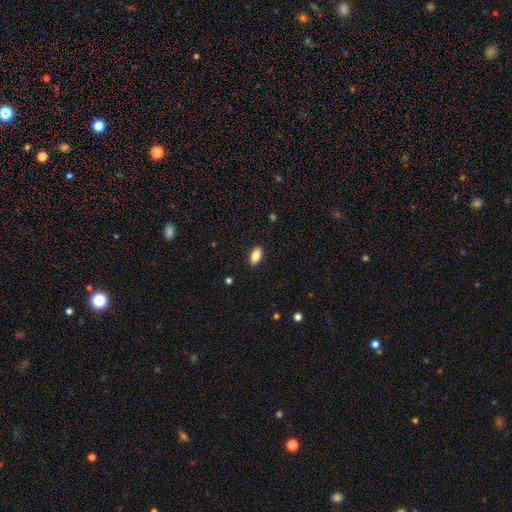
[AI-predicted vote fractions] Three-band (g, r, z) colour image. It shows a smooth galaxy with no disk features (87%) that is in between round and cigar-shaped (91%). Merging: none (89%).